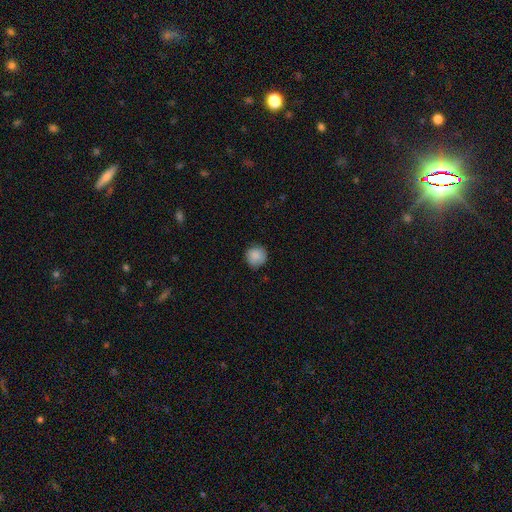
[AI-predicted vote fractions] Smooth or featured? smooth (88%)
How rounded? round (94%)
Merging? none (86%)